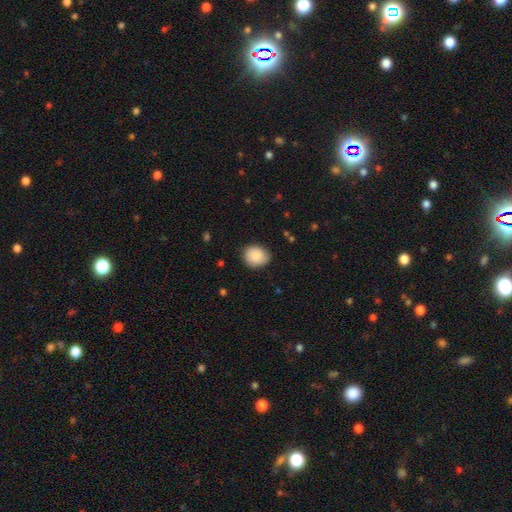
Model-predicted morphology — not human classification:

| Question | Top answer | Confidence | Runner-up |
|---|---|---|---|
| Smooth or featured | smooth | 87% | star or artifact (7%) |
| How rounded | round | 69% | in between (30%) |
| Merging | none | 82% | minor disturbance (14%) |